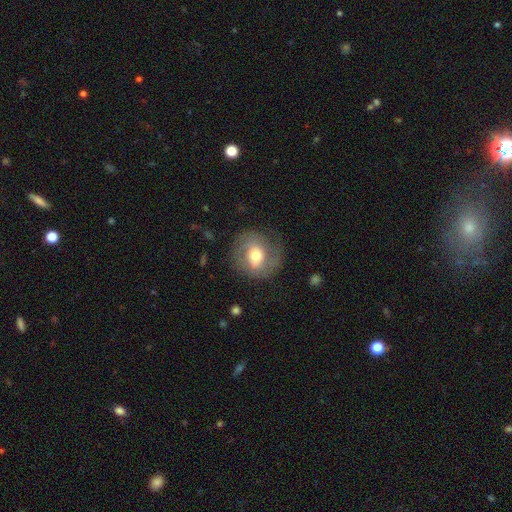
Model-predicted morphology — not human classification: type=featured or disk (51%); edge-on=no (96%); merging=none (70%).